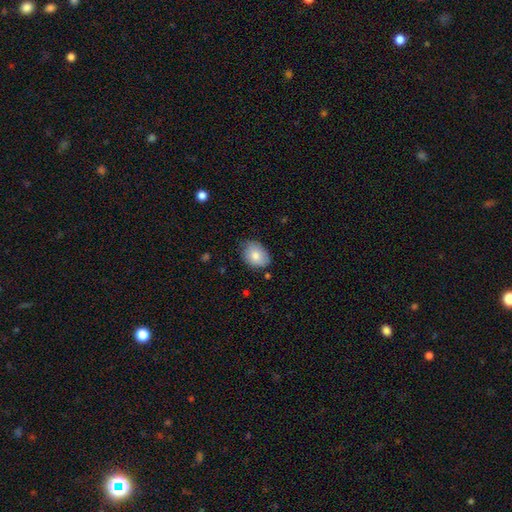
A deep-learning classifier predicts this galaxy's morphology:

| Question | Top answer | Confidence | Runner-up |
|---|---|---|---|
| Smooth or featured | smooth | 82% | featured or disk (11%) |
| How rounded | in between | 72% | round (27%) |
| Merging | none | 72% | minor disturbance (23%) |